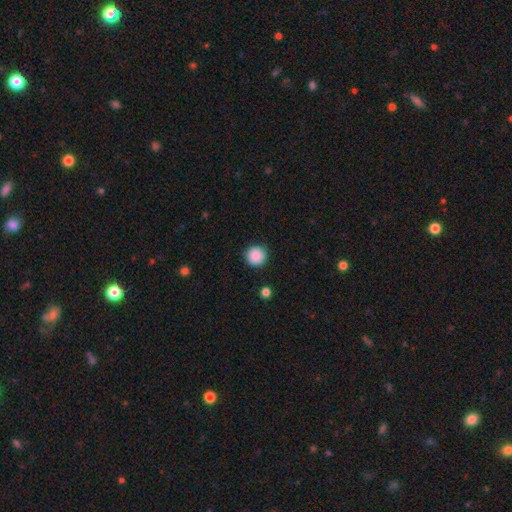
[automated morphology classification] Q: Smooth or featured?
A: smooth (88%); runner-up: star or artifact (9%)
Q: How rounded?
A: round (95%); runner-up: in between (4%)
Q: Merging?
A: none (88%); runner-up: minor disturbance (8%)